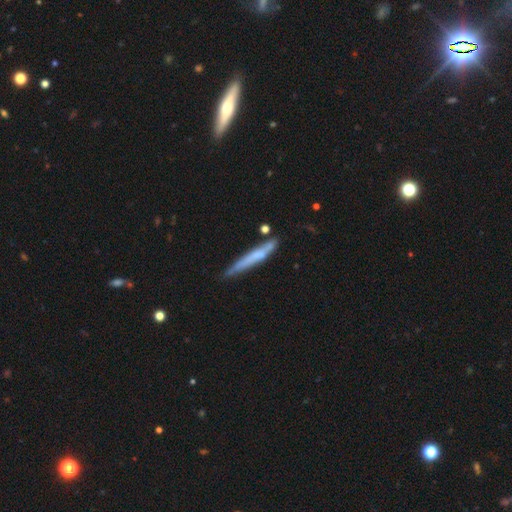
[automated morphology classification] smooth 55%, featured or disk 39%, star or artifact 6%. Down the decision tree: how rounded — cigar-shaped (95%); merging — none (69%).